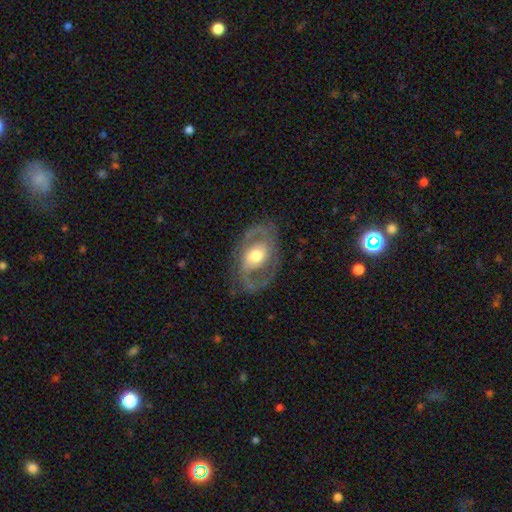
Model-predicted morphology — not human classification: A featured or disk galaxy (80%) with no bar (47%), 2 (85%) medium (52%) spiral arms (83%) and a moderate central bulge (67%).

Vote fractions:
- Smooth or featured? featured or disk: 80% / smooth: 14% / star or artifact: 5%
- Edge-on disk? no: 95% / yes: 5%
- Bar? no: 47% / weak: 37% / strong: 16%
- Spiral arms? yes: 83% / no: 17%
- Spiral winding? medium: 52% / tight: 26% / loose: 22%
- Spiral arm count? 2: 85% / can't tell: 7% / 1: 4% / 3: 2% / 4: 1% / more than 4: 1%
- Bulge size? moderate: 67% / large: 18% / small: 13% / dominant: 1% / none: 1%
- Merging? none: 74% / minor disturbance: 15% / major disturbance: 9% / merger: 1%